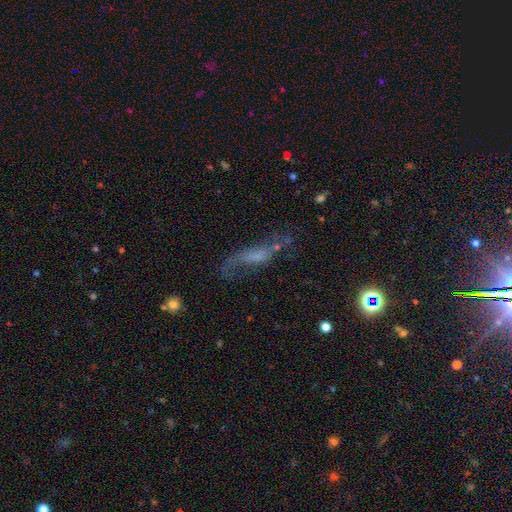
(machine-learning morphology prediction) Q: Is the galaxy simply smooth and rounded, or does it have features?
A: featured or disk — 57%.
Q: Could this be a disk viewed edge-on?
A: no — 75%.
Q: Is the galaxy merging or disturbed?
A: none — 45%.